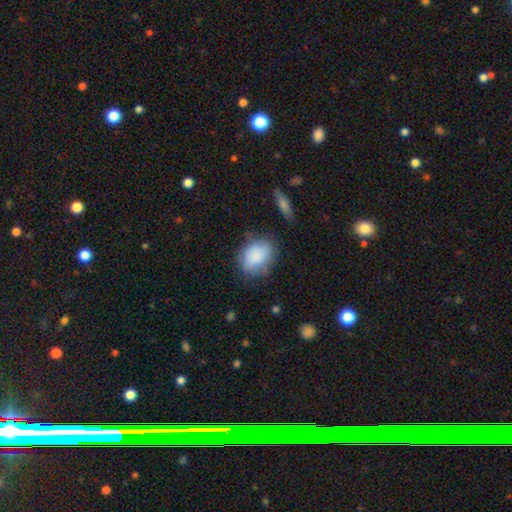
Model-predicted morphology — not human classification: Q: Smooth or featured?
A: smooth (82%); runner-up: featured or disk (11%)
Q: How rounded?
A: in between (59%); runner-up: round (40%)
Q: Merging?
A: none (62%); runner-up: minor disturbance (25%)